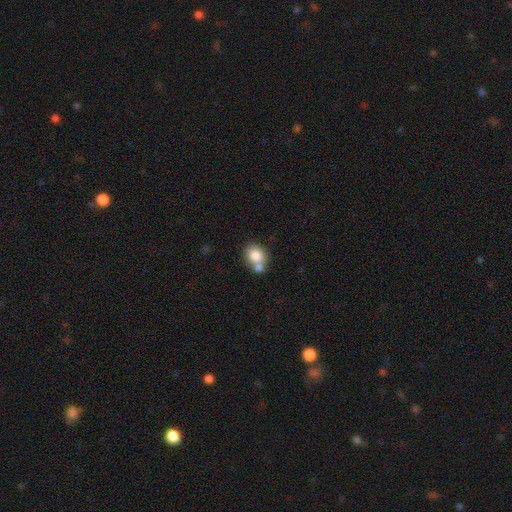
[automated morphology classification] Smooth or featured? smooth (80%)
How rounded? round (59%)
Merging? none (44%)